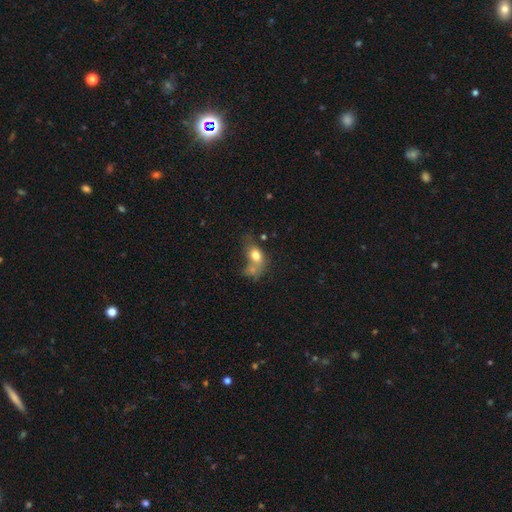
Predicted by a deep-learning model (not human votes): A smooth galaxy with no disk features (74%) that is in between round and cigar-shaped (76%).

Vote fractions:
- Smooth or featured? smooth: 74% / featured or disk: 16% / star or artifact: 10%
- How rounded? in between: 76% / round: 21% / cigar-shaped: 3%
- Merging? merger: 41% / none: 26% / minor disturbance: 18% / major disturbance: 16%